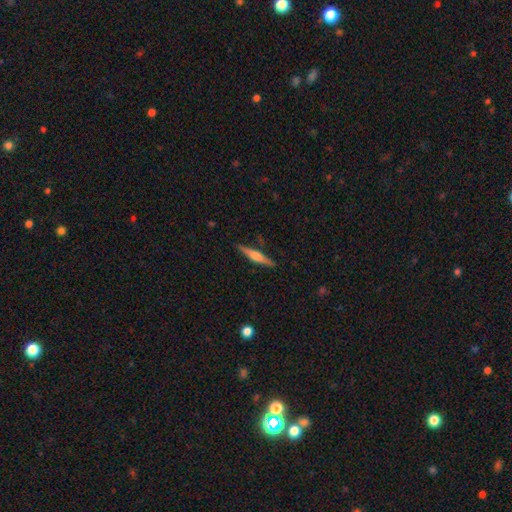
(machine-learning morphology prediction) Smooth or featured: featured or disk — 64% (smooth — 30%)
Edge-on disk: yes — 98% (no — 2%)
Edge-on bulge: rounded — 79% (boxy — 15%)
Merging: none — 89% (minor disturbance — 8%)